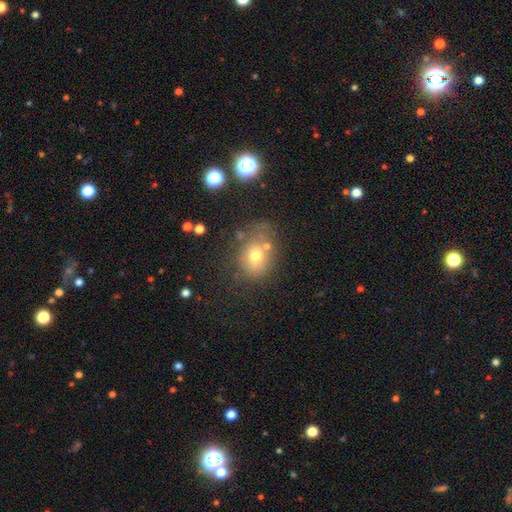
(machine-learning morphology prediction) A smooth galaxy with no disk features (66%) that is round (54%).

Vote fractions:
- Smooth or featured? smooth: 66% / featured or disk: 19% / star or artifact: 15%
- How rounded? round: 54% / in between: 45% / cigar-shaped: 1%
- Merging? none: 53% / minor disturbance: 21% / merger: 14% / major disturbance: 13%